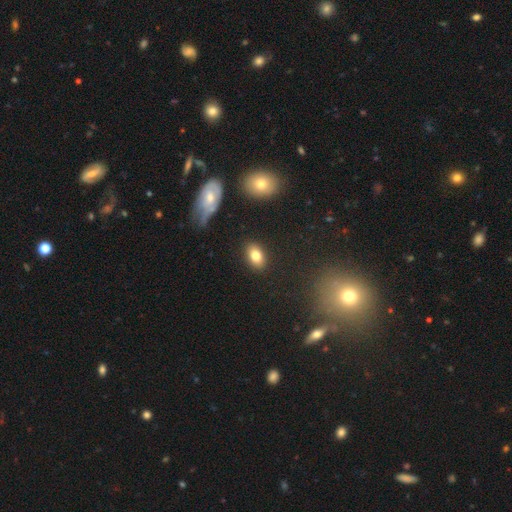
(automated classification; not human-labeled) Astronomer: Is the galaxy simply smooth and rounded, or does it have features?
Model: smooth — 81%.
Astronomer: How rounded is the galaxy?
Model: in between — 86%.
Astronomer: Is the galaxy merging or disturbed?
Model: none — 87%.